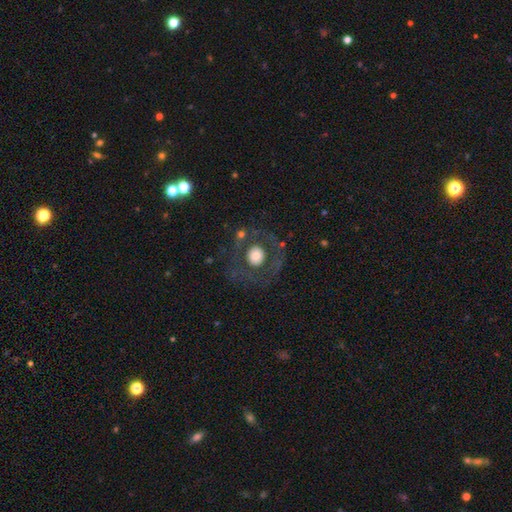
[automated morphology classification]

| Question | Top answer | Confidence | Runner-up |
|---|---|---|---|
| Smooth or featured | smooth | 56% | featured or disk (35%) |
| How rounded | round | 84% | in between (15%) |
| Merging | none | 73% | major disturbance (13%) |